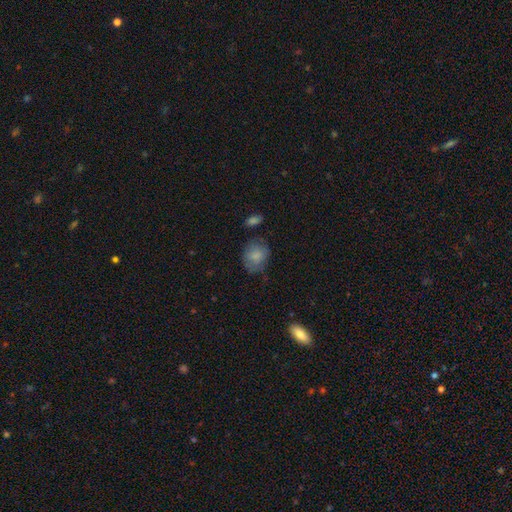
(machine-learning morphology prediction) Smooth or featured? Predicted: smooth (p=0.77). How rounded? Predicted: round (p=0.58). Merging? Predicted: none (p=0.62).